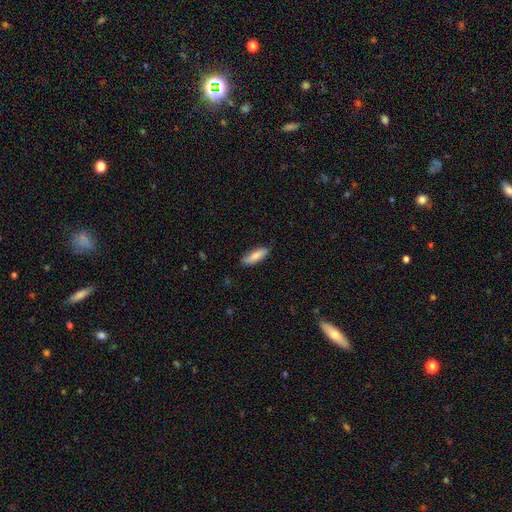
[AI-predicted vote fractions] A smooth galaxy with no disk features (81%) that is in between round and cigar-shaped (52%). Merging: none (85%).